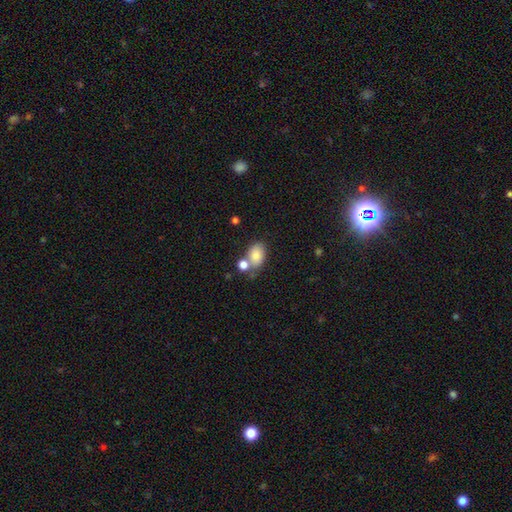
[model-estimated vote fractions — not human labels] Smooth or featured: smooth — 80% (featured or disk — 11%)
How rounded: in between — 82% (round — 17%)
Merging: none — 52% (merger — 27%)